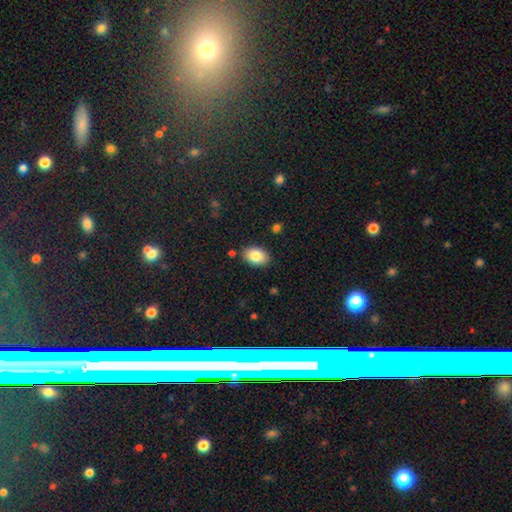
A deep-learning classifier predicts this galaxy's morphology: This appears to be a smooth galaxy with no disk features (85%) that is in between round and cigar-shaped (88%). Merging: none (86%).